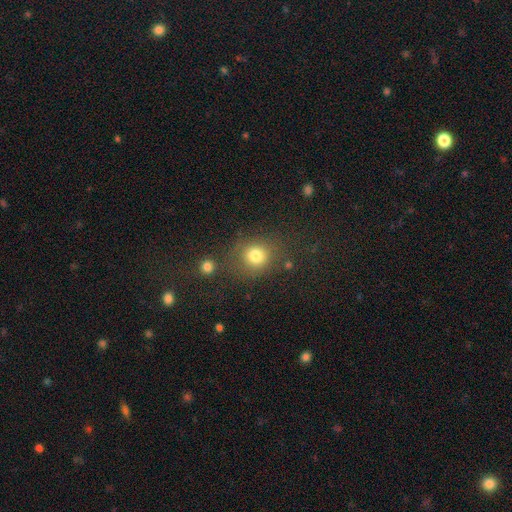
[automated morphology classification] type=smooth (79%); roundness=round (78%); merging=none (70%).